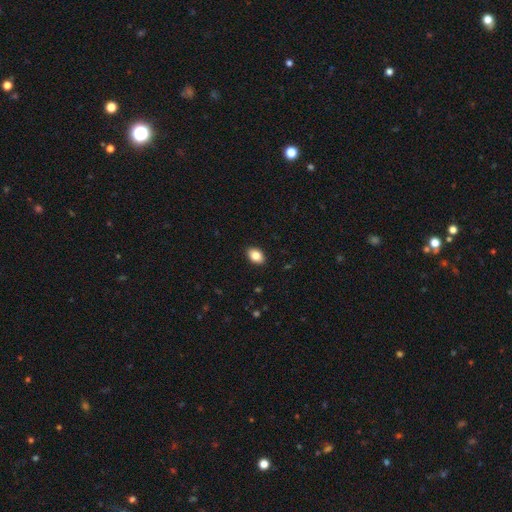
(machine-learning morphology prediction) This appears to be a smooth galaxy with no disk features (86%) that is in between round and cigar-shaped (84%). Merging: none (90%).